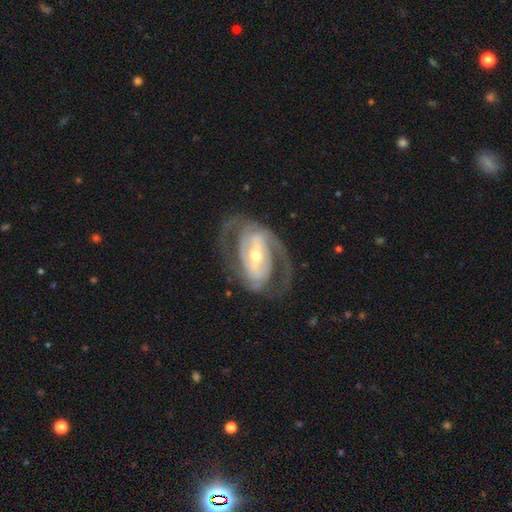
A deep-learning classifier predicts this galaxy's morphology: A featured or disk galaxy (89%) with a strong bar (51%), 2 (82%) medium (48%) spiral arms (94%) and a moderate central bulge (51%).

Vote fractions:
- Smooth or featured? featured or disk: 89% / smooth: 6% / star or artifact: 4%
- Edge-on disk? no: 96% / yes: 4%
- Bar? strong: 51% / weak: 33% / no: 15%
- Spiral arms? yes: 94% / no: 6%
- Spiral winding? medium: 48% / tight: 36% / loose: 15%
- Spiral arm count? 2: 82% / can't tell: 7% / 3: 5% / 1: 3% / 4: 2% / more than 4: 2%
- Bulge size? moderate: 51% / small: 42% / large: 5% / none: 1% / dominant: 1%
- Merging? none: 70% / minor disturbance: 15% / major disturbance: 14% / merger: 1%